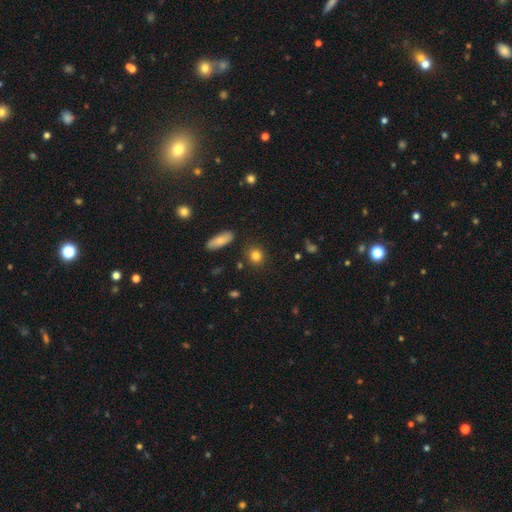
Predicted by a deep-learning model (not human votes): This appears to be a smooth galaxy with no disk features (83%) that is round (79%). Merging: none (87%).